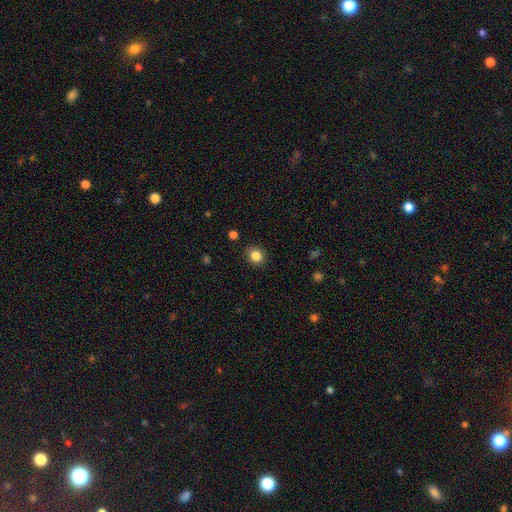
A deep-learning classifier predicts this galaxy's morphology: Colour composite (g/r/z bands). It shows a smooth galaxy with no disk features (85%) that is round (69%). Merging: none (89%).